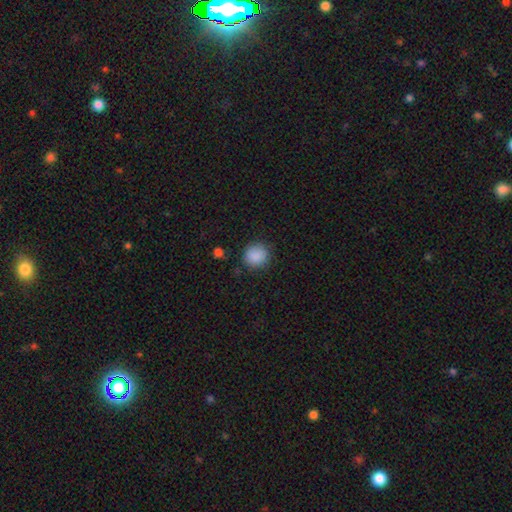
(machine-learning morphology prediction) Smooth or featured? Predicted: smooth (p=0.88). How rounded? Predicted: round (p=0.88). Merging? Predicted: none (p=0.86).